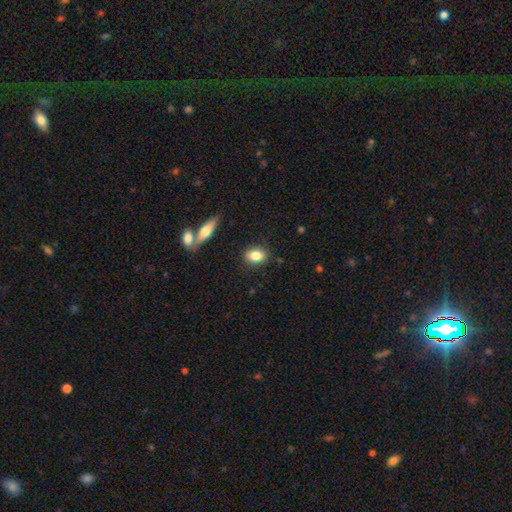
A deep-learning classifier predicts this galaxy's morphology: The model was most divided on "how rounded": in between: 76%, round: 21%, cigar-shaped: 3%. More confident: merging — none (84%); smooth or featured — smooth (82%).